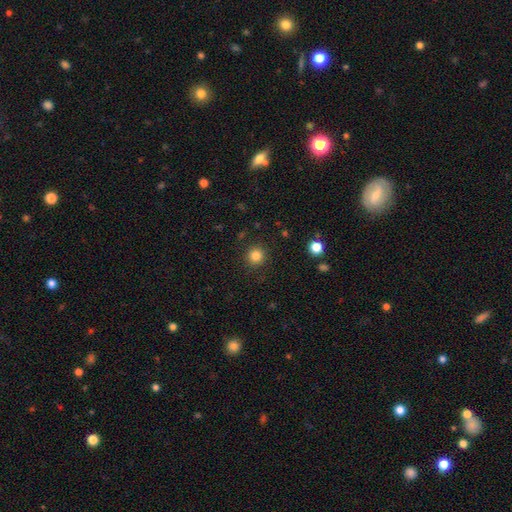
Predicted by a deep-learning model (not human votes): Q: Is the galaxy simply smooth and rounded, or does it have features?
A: smooth — 83%.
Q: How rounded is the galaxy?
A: round — 94%.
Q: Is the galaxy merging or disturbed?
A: none — 91%.